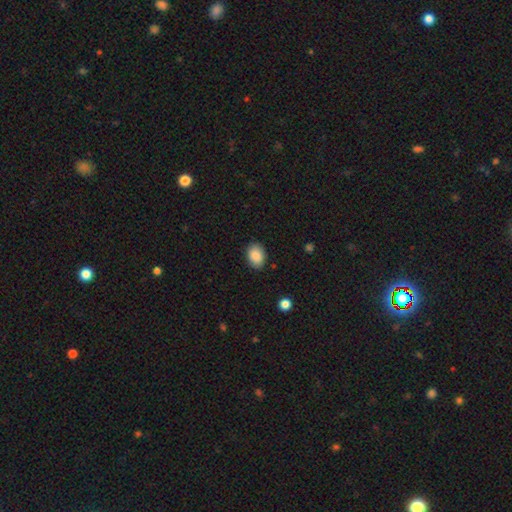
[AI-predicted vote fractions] Smooth or featured?
  - smooth: 89% *
  - star or artifact: 7%
  - featured or disk: 4%
How rounded?
  - in between: 76% *
  - round: 23%
  - cigar-shaped: 1%
Merging?
  - none: 87% *
  - minor disturbance: 10%
  - major disturbance: 2%
  - merger: 1%